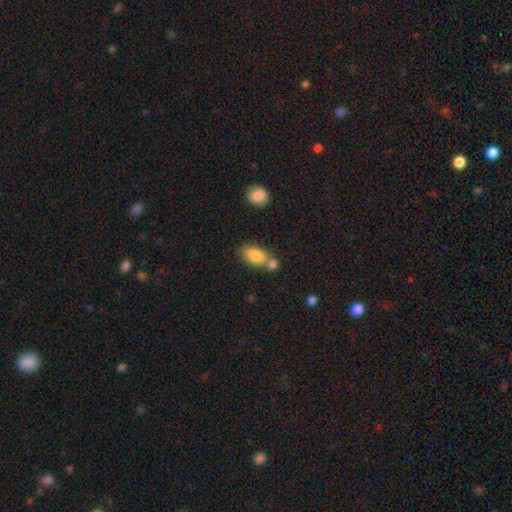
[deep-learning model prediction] A smooth galaxy with no disk features (84%) that is in between round and cigar-shaped (88%).

Vote fractions:
- Smooth or featured? smooth: 84% / featured or disk: 9% / star or artifact: 7%
- How rounded? in between: 88% / round: 9% / cigar-shaped: 3%
- Merging? none: 47% / merger: 36% / minor disturbance: 13% / major disturbance: 4%